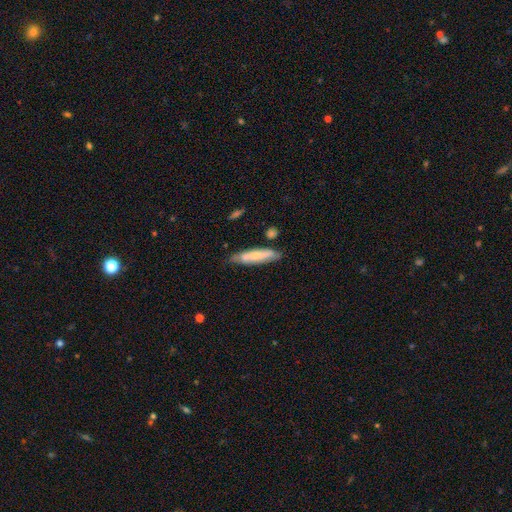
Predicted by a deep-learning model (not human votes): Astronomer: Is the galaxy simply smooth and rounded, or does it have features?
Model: smooth — 58% (runner-up: featured or disk, 36%).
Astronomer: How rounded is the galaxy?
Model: cigar-shaped — 81%.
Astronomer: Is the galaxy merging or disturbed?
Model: none — 73%.